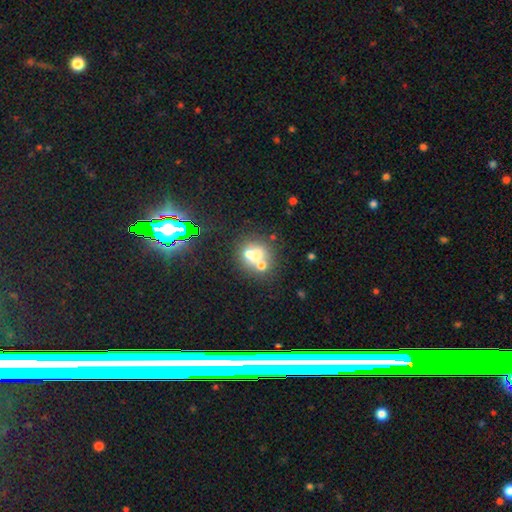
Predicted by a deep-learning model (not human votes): Morphology: type=smooth (54%); roundness=round (81%); merging=merger (46%).